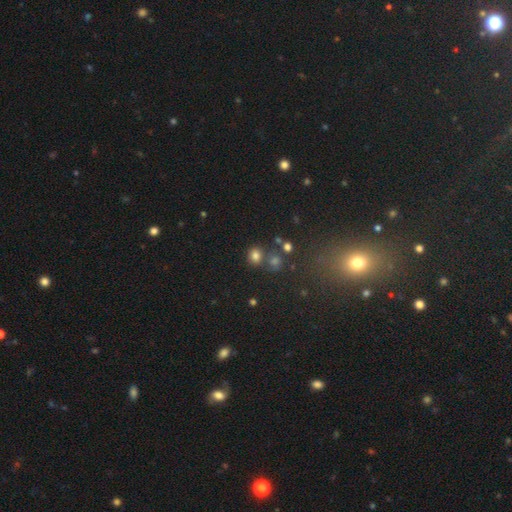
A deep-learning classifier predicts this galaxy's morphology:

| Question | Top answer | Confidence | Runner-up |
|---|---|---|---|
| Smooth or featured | smooth | 76% | star or artifact (17%) |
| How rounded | round | 78% | in between (21%) |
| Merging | none | 68% | merger (18%) |